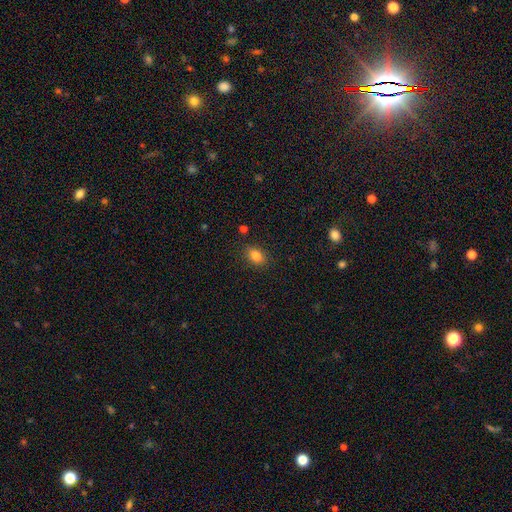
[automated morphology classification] The model was most divided on "how rounded": in between: 74%, round: 24%, cigar-shaped: 2%. More confident: merging — none (84%); smooth or featured — smooth (83%).